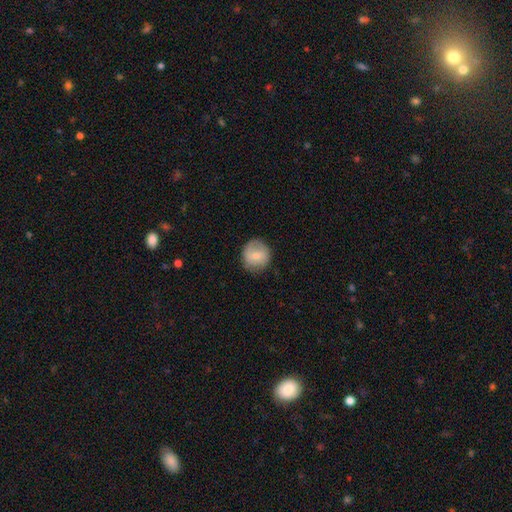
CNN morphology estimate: The model was most divided on "smooth or featured": smooth: 73%, featured or disk: 20%, star or artifact: 7%. More confident: how rounded — round (90%); merging — none (82%).